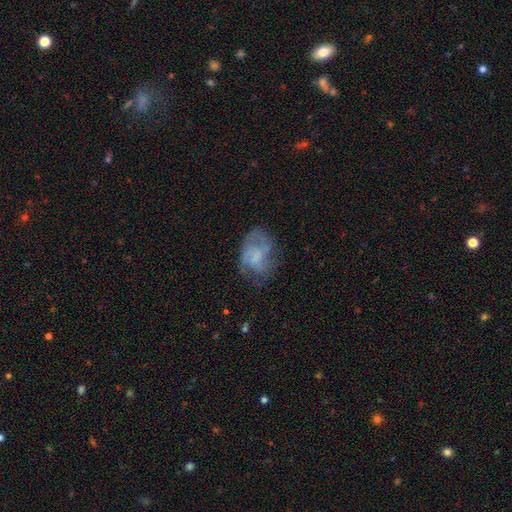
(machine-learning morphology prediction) Smooth or featured: featured or disk — 52% (smooth — 39%)
Edge-on disk: no — 97% (yes — 3%)
Bar: no — 70% (weak — 26%)
Spiral arms: yes — 60% (no — 40%)
Bulge size: none — 50% (small — 26%)
Merging: none — 49% (minor disturbance — 26%)